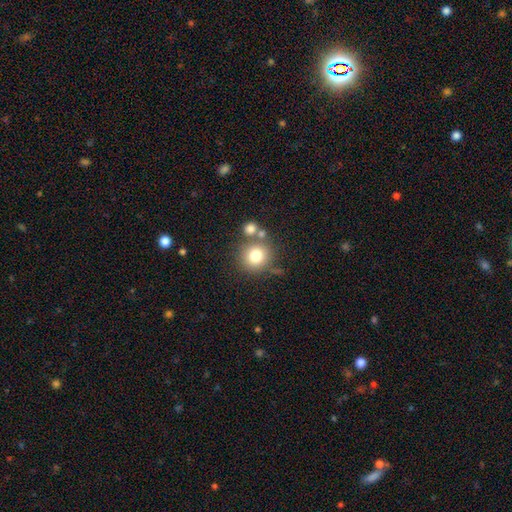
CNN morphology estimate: This appears to be a smooth galaxy with no disk features (76%) that is round (90%). Merging: none (68%).